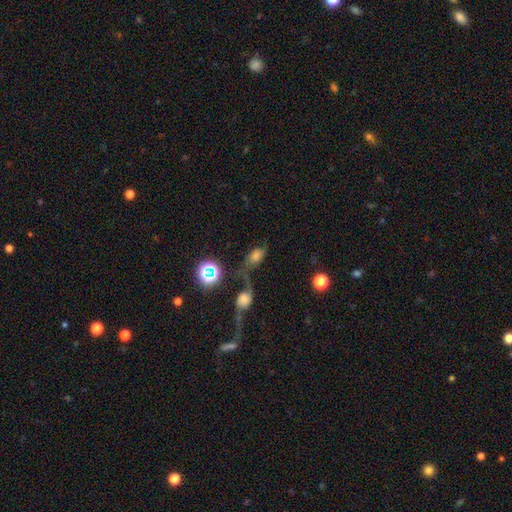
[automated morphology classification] A smooth galaxy with no disk features (57%) that is in between round and cigar-shaped (79%). Merging: merger (34%).